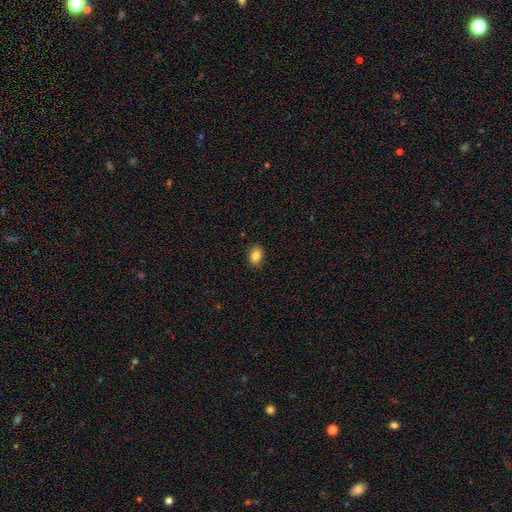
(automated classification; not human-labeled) smooth-or-featured: smooth: 85% | star or artifact: 9% | featured or disk: 6%
  how-rounded: in between: 74% | round: 24% | cigar-shaped: 1%
  merging: none: 89% | minor disturbance: 8% | major disturbance: 2% | merger: 1%